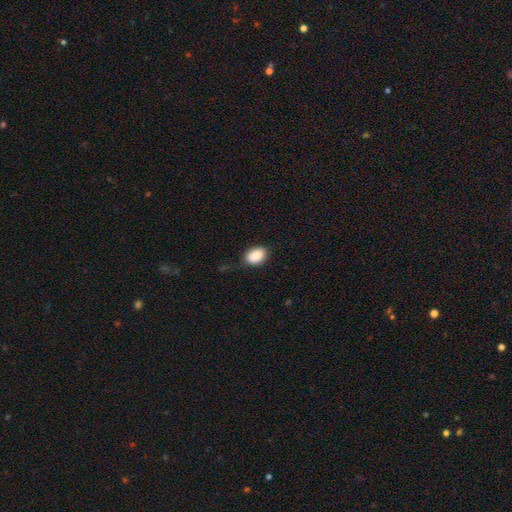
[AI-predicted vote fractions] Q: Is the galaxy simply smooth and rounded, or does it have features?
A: smooth — 87%.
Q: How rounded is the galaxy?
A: in between — 83%.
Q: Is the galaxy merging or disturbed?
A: none — 75%.